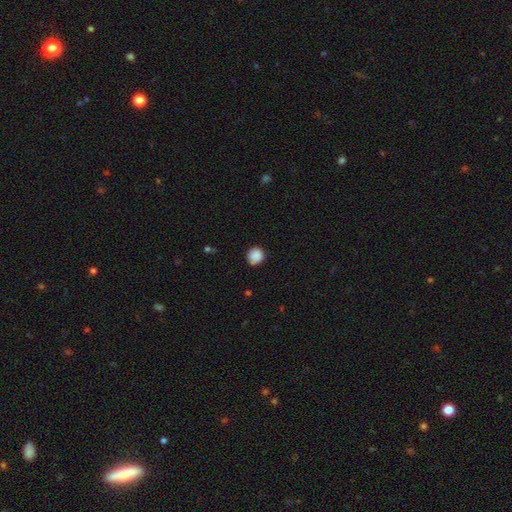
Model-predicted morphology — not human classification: Smooth or featured? Predicted: smooth (p=0.88). How rounded? Predicted: round (p=0.90). Merging? Predicted: none (p=0.84).